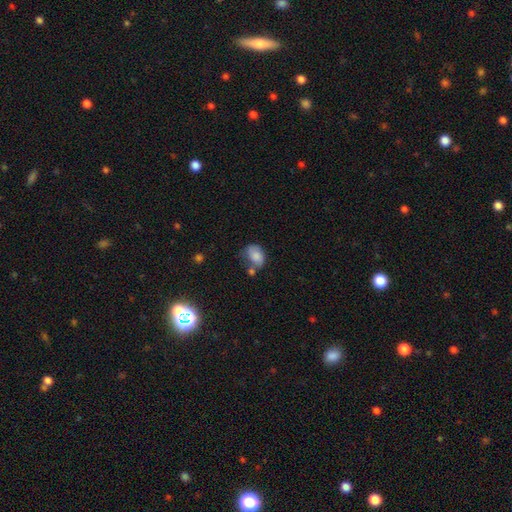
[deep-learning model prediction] Q: Smooth or featured?
A: smooth (71%); runner-up: featured or disk (19%)
Q: How rounded?
A: in between (73%); runner-up: round (26%)
Q: Merging?
A: none (38%); runner-up: minor disturbance (29%)